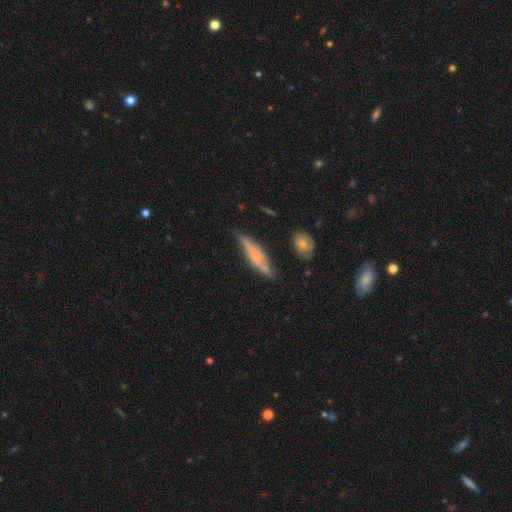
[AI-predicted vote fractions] smooth_or_featured: featured or disk (p=0.47) [alt: smooth p=0.45]
merging: none (p=0.66) [alt: minor disturbance p=0.24]